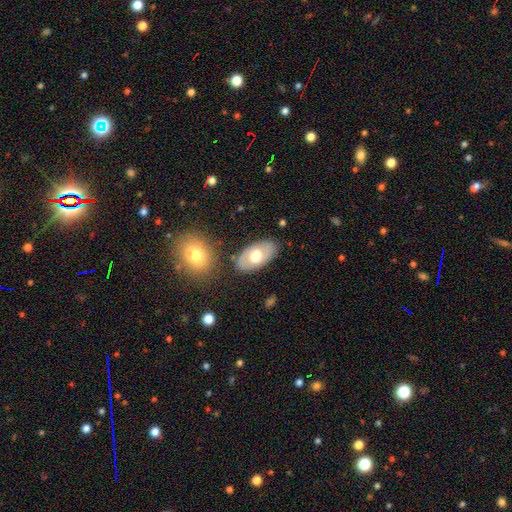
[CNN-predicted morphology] type=smooth (52%); roundness=in between (92%); merging=none (80%).